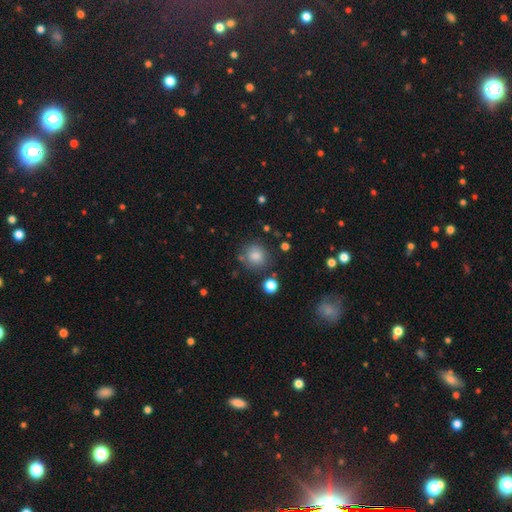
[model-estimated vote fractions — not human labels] A smooth galaxy with no disk features (82%) that is round (85%). Merging: none (78%).